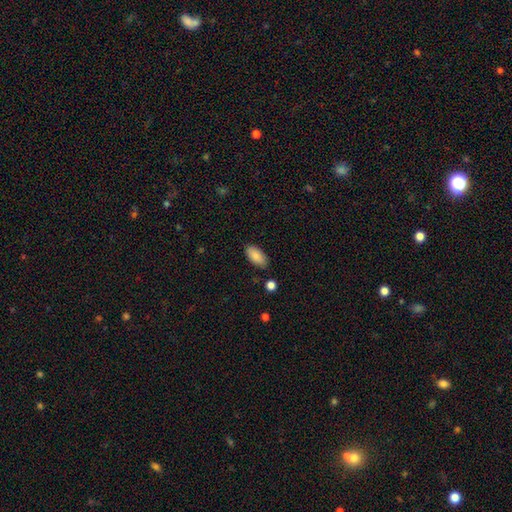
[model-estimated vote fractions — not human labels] Overall: smooth (87%). How rounded: in between (92%). Merging: none (85%).